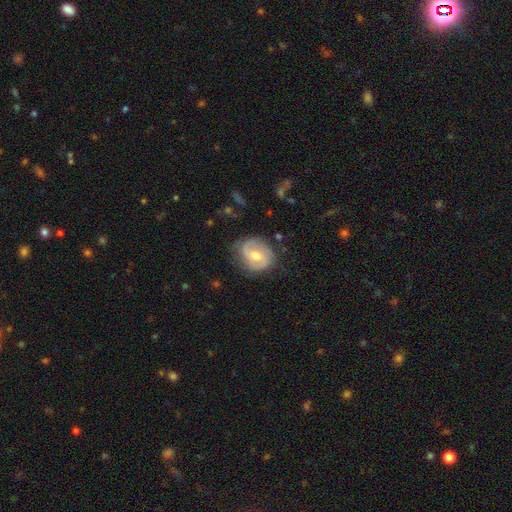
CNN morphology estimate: type=featured or disk (66%); edge-on=no (97%); bar=weak (47%); spiral arms=yes (84%); winding=medium (44%); arm count=2 (74%); bulge=moderate (66%); merging=none (70%).